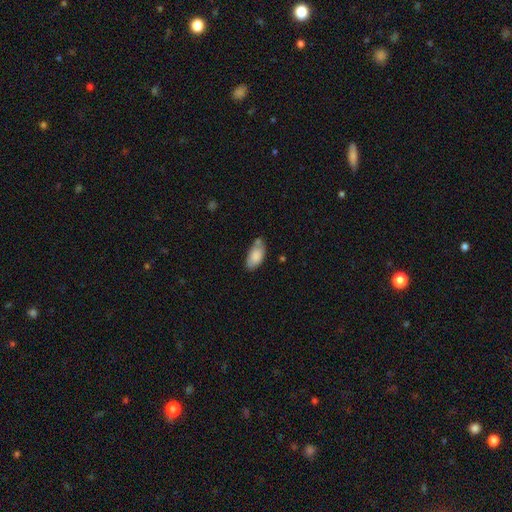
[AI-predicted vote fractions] Overall: smooth (83%). How rounded: in between (92%). Merging: none (57%; minor disturbance 26%).